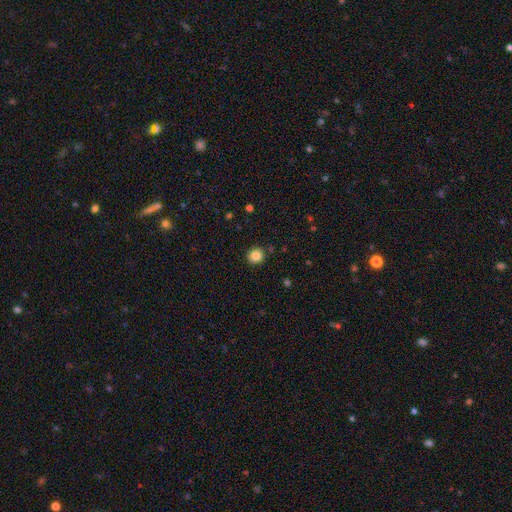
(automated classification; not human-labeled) smooth_or_featured: smooth (p=0.85) [alt: star or artifact p=0.10]
how_rounded: round (p=0.89) [alt: in between p=0.10]
merging: none (p=0.89) [alt: minor disturbance p=0.07]